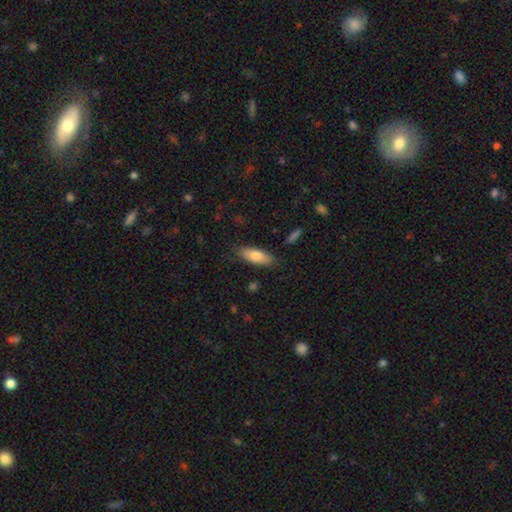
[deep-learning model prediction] A smooth galaxy with no disk features (78%) that is in between round and cigar-shaped (71%).

Vote fractions:
- Smooth or featured? smooth: 78% / featured or disk: 16% / star or artifact: 6%
- How rounded? in between: 71% / cigar-shaped: 27% / round: 2%
- Merging? none: 83% / minor disturbance: 13% / major disturbance: 3% / merger: 2%